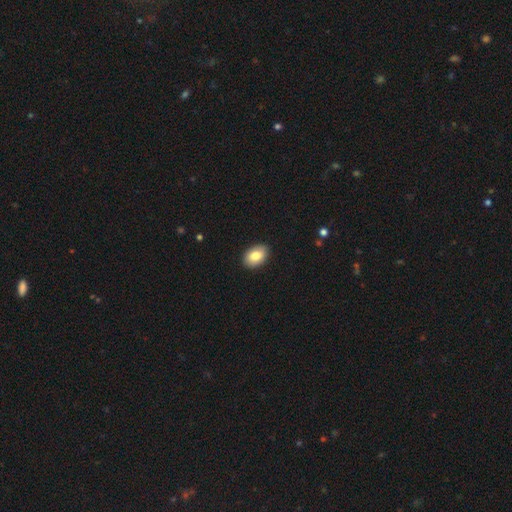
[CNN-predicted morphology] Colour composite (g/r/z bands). It shows a smooth galaxy with no disk features (83%) that is in between round and cigar-shaped (88%). Merging: none (89%).